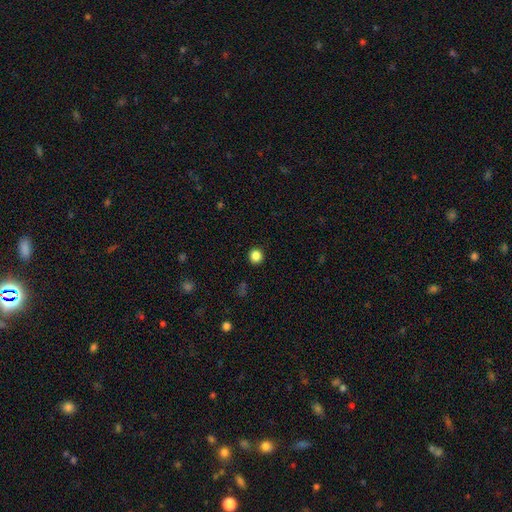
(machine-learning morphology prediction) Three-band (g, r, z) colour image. It shows a smooth galaxy with no disk features (85%) that is round (93%). Merging: none (92%).